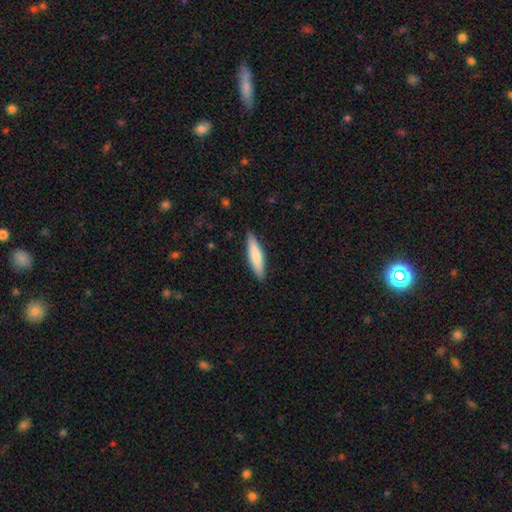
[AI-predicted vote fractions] A smooth galaxy with no disk features (76%) that is cigar-shaped (75%). Merging: none (88%).